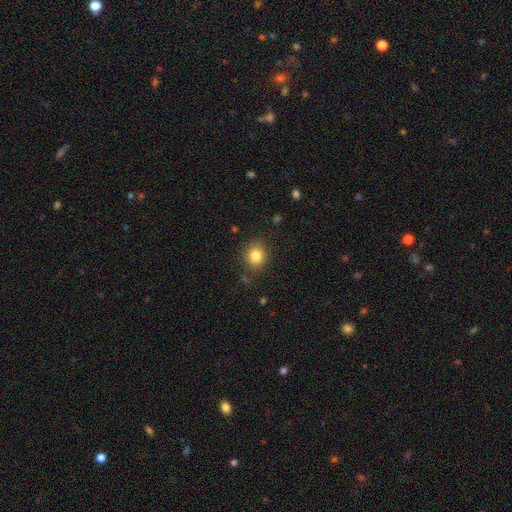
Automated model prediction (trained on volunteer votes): This appears to be a smooth galaxy with no disk features (82%) that is round (76%). Merging: none (84%).